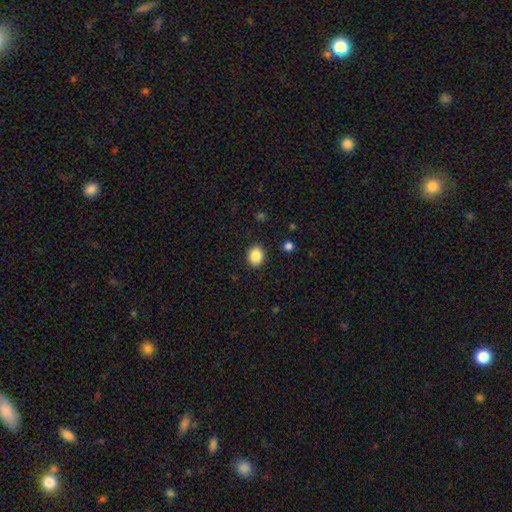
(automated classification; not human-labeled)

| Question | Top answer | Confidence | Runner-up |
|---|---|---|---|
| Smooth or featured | smooth | 87% | star or artifact (9%) |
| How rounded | round | 57% | in between (43%) |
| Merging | none | 89% | minor disturbance (7%) |